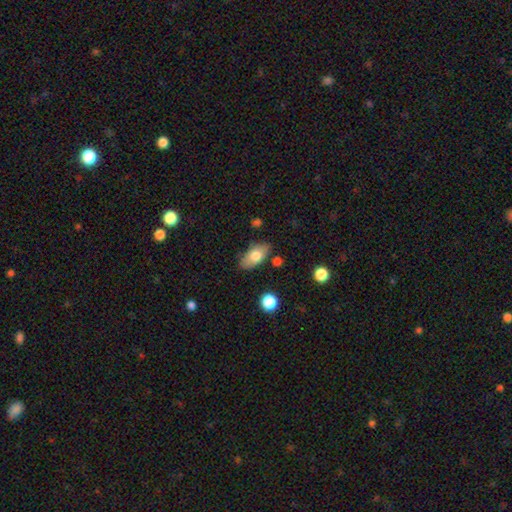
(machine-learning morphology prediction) A smooth galaxy with no disk features (74%) that is in between round and cigar-shaped (90%). Merging: none (79%).